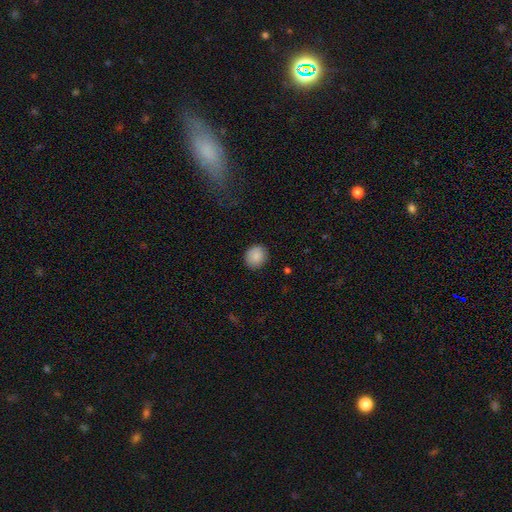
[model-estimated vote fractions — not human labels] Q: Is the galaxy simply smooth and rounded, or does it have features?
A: smooth — 88%.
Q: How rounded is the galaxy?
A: round — 73%.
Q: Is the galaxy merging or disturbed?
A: none — 88%.